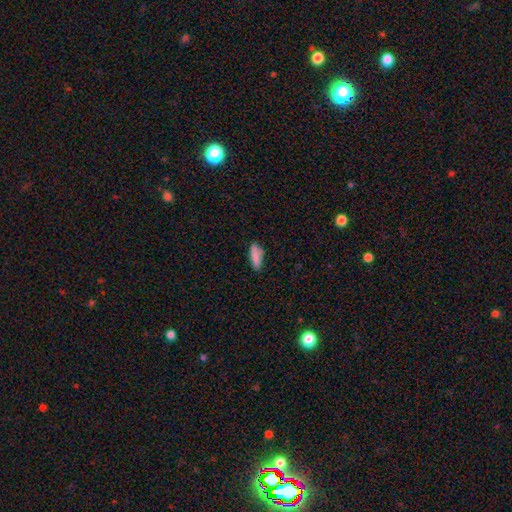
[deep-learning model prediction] Smooth or featured?
  - smooth: 86% *
  - star or artifact: 7%
  - featured or disk: 7%
How rounded?
  - in between: 62% *
  - cigar-shaped: 36%
  - round: 2%
Merging?
  - none: 74% *
  - minor disturbance: 20%
  - major disturbance: 4%
  - merger: 2%